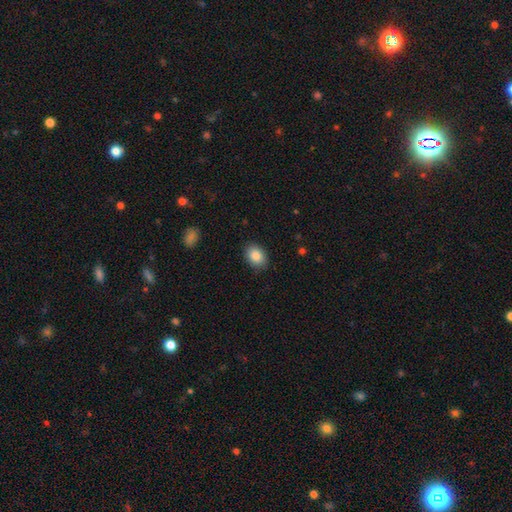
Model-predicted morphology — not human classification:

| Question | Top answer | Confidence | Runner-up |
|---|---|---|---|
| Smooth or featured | smooth | 86% | star or artifact (8%) |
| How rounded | in between | 68% | round (31%) |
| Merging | none | 88% | minor disturbance (9%) |